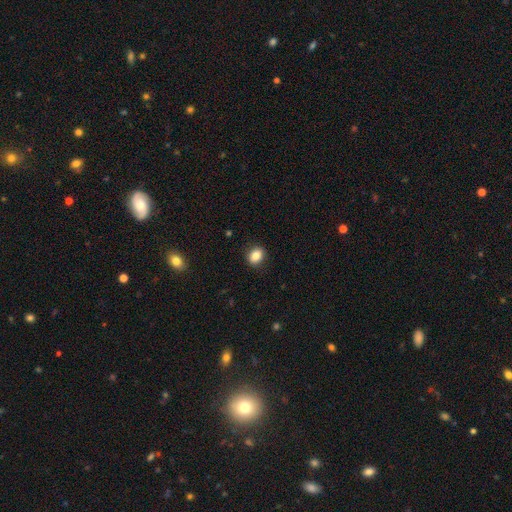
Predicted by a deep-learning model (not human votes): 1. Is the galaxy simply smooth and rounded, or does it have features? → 86% smooth, 9% star or artifact, 5% featured or disk.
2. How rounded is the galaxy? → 56% in between, 43% round, 1% cigar-shaped.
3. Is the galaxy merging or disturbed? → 89% none, 8% minor disturbance, 2% major disturbance, 1% merger.